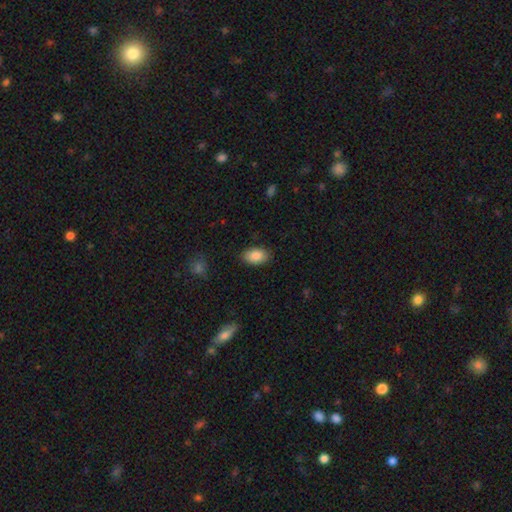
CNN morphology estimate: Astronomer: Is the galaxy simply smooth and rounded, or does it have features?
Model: smooth — 87%.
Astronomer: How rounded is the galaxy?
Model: in between — 92%.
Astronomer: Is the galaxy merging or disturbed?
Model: none — 85%.